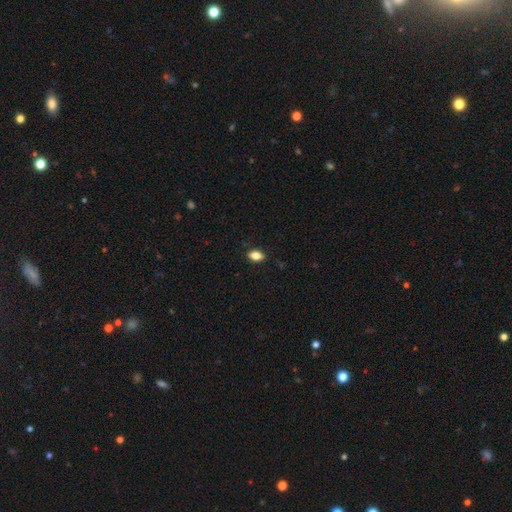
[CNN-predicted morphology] The model was most divided on "smooth or featured": smooth: 81%, featured or disk: 10%, star or artifact: 9%. More confident: how rounded — in between (86%); merging — none (86%).